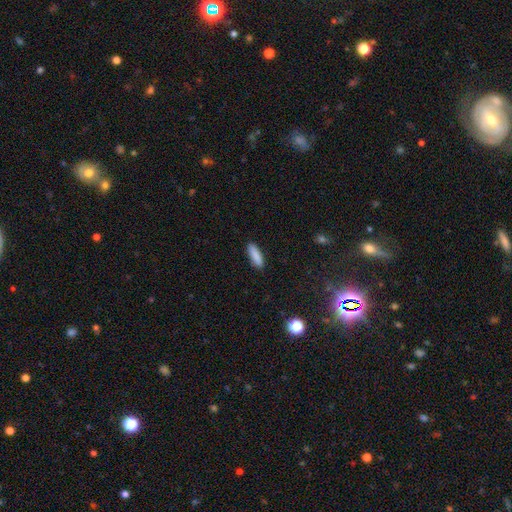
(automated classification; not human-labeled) smooth 88%, star or artifact 7%, featured or disk 5%. Down the decision tree: how rounded — cigar-shaped (55%); merging — none (89%).